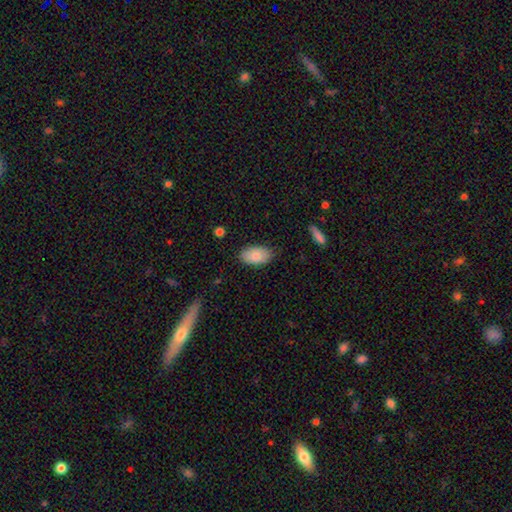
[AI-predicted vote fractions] Smooth or featured? smooth (83%)
How rounded? in between (94%)
Merging? none (83%)